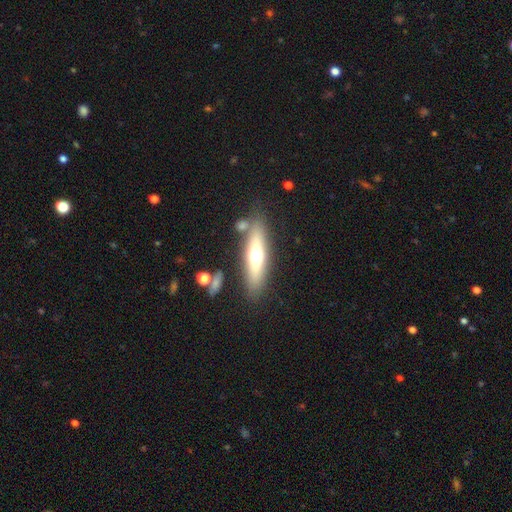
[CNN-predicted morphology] Smooth or featured: smooth — 47% (featured or disk — 46%)
Merging: none — 79% (minor disturbance — 11%)